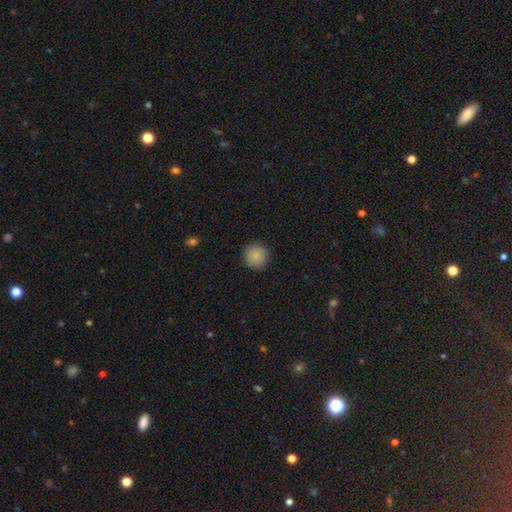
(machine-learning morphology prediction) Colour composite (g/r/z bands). It shows a smooth galaxy with no disk features (82%) that is round (94%). Merging: none (87%).